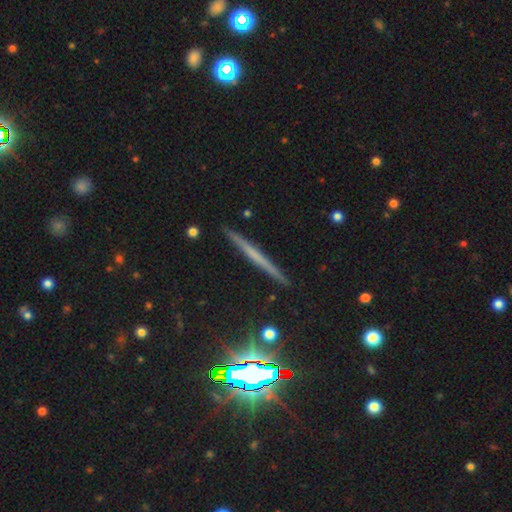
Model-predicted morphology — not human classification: A featured or disk galaxy (53%) viewed edge-on (97%) with no central bulge (76%).

Vote fractions:
- Smooth or featured? featured or disk: 53% / smooth: 31% / star or artifact: 15%
- Edge-on disk? yes: 97% / no: 3%
- Edge-on bulge? none: 76% / rounded: 16% / boxy: 7%
- Merging? none: 90% / minor disturbance: 7% / major disturbance: 1% / merger: 1%